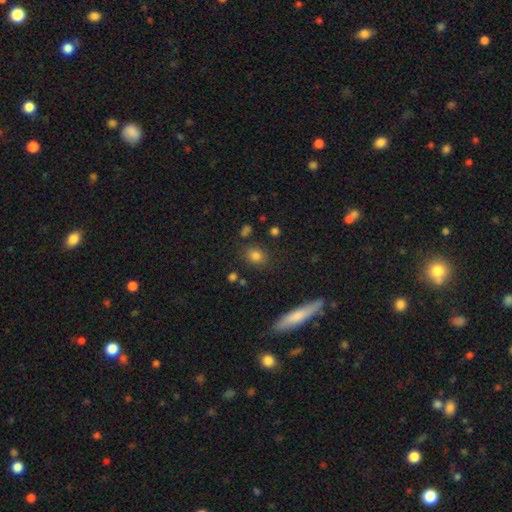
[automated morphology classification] Smooth or featured? Predicted: smooth (p=0.80). How rounded? Predicted: round (p=0.51). Merging? Predicted: none (p=0.82).